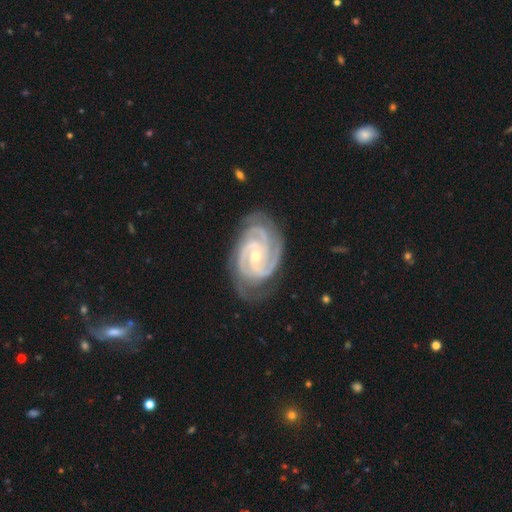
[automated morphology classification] The model was most divided on "bar": no: 57%, weak: 30%, strong: 13%. More confident: spiral arms — yes (99%); edge-on disk — no (98%); smooth or featured — featured or disk (94%); merging — none (76%); spiral winding — tight (71%); bulge size — small (65%); spiral arm count — 3 (50%).